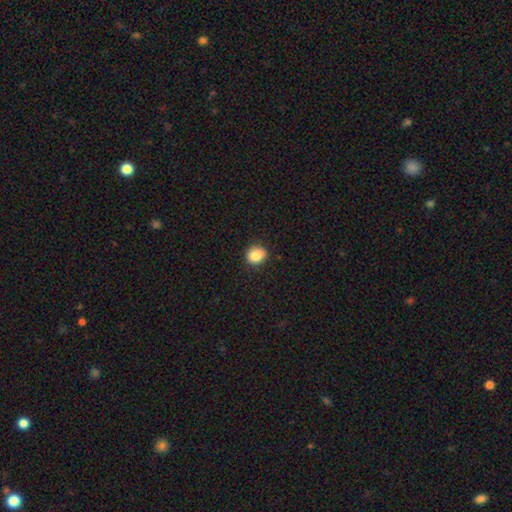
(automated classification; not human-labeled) A smooth galaxy with no disk features (86%) that is round (78%).

Vote fractions:
- Smooth or featured? smooth: 86% / star or artifact: 9% / featured or disk: 5%
- How rounded? round: 78% / in between: 21% / cigar-shaped: 1%
- Merging? none: 88% / minor disturbance: 9% / major disturbance: 2% / merger: 1%